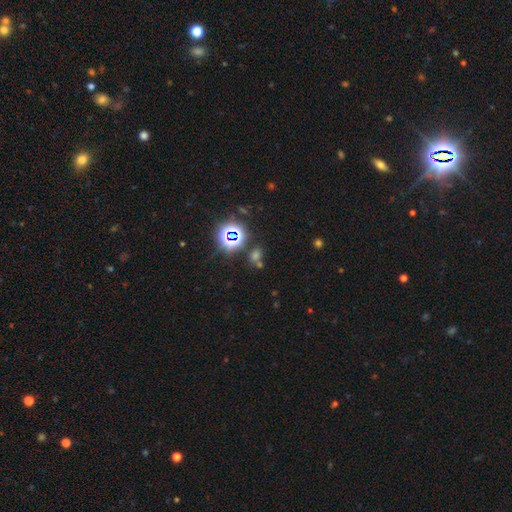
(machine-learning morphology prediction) smooth_or_featured: star or artifact (p=0.62) [alt: smooth p=0.30]